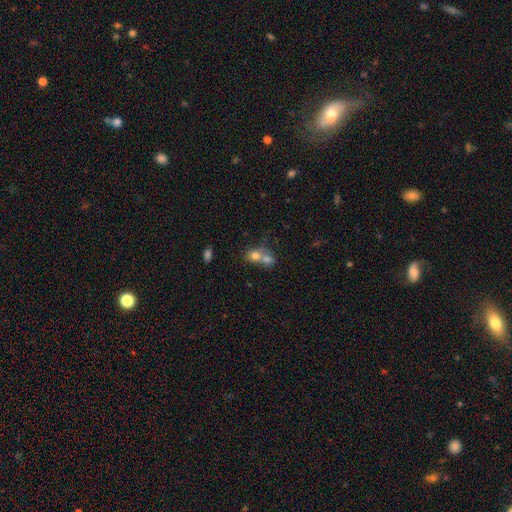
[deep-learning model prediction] The model was most divided on "how rounded": round: 57%, in between: 41%, cigar-shaped: 1%. More confident: smooth or featured — smooth (70%); merging — merger (67%).